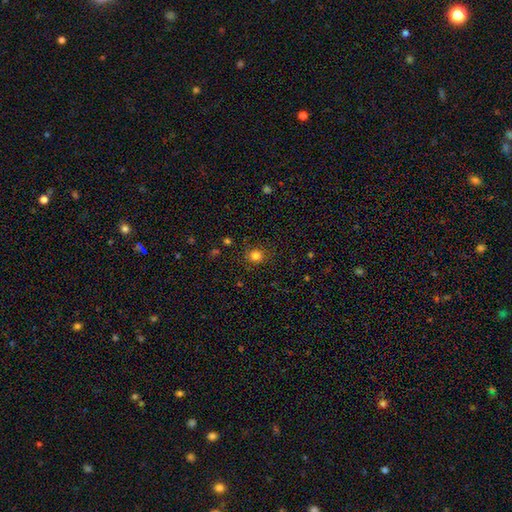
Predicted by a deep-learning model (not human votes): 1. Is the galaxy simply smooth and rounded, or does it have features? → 82% smooth, 14% star or artifact, 5% featured or disk.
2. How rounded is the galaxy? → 87% round, 12% in between, 1% cigar-shaped.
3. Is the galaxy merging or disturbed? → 85% none, 10% minor disturbance, 3% major disturbance, 1% merger.